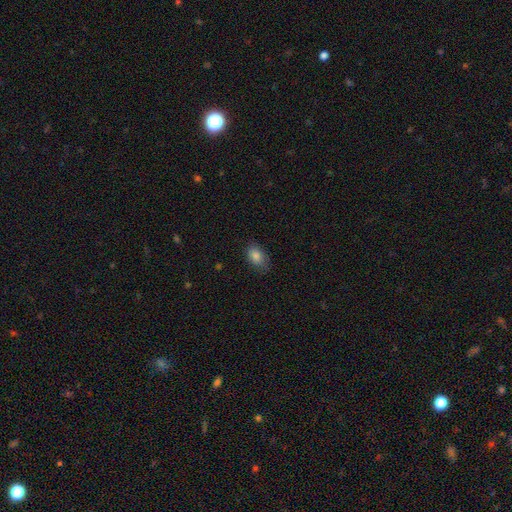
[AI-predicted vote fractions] smooth 84%, star or artifact 9%, featured or disk 7%. Down the decision tree: how rounded — in between (84%); merging — none (74%).